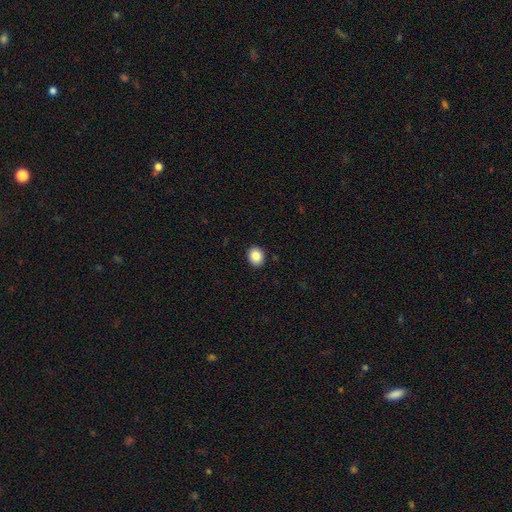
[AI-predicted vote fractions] Smooth or featured?
  - smooth: 85% *
  - star or artifact: 9%
  - featured or disk: 6%
How rounded?
  - round: 65% *
  - in between: 35%
  - cigar-shaped: 1%
Merging?
  - none: 91% *
  - minor disturbance: 6%
  - major disturbance: 2%
  - merger: 1%